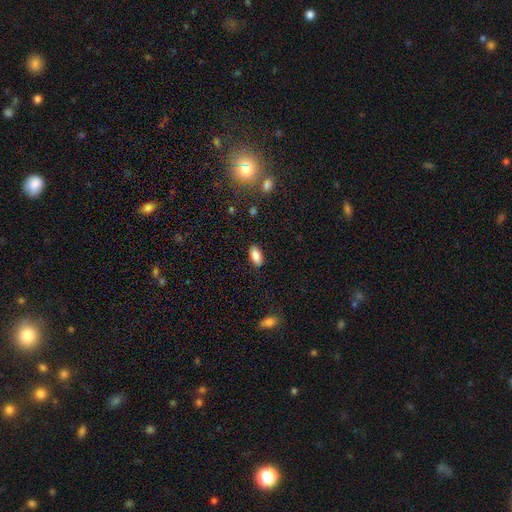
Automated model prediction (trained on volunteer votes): A smooth galaxy with no disk features (85%) that is in between round and cigar-shaped (91%). Merging: none (87%).